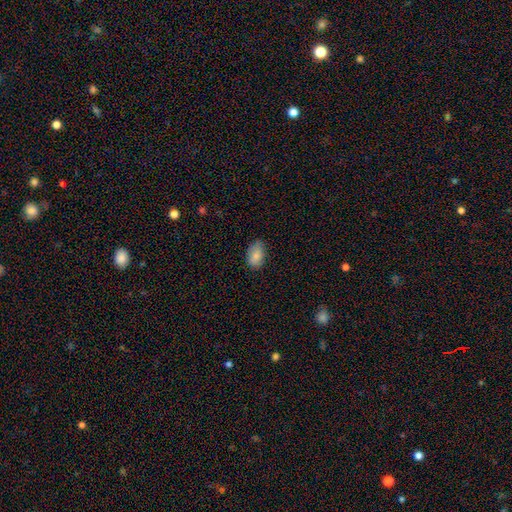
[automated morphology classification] Smooth or featured?
  - smooth: 84% *
  - featured or disk: 9%
  - star or artifact: 7%
How rounded?
  - in between: 89% *
  - round: 9%
  - cigar-shaped: 1%
Merging?
  - none: 66% *
  - minor disturbance: 28%
  - major disturbance: 5%
  - merger: 1%